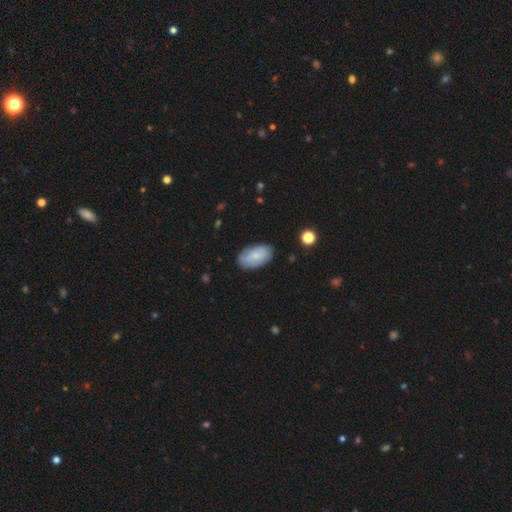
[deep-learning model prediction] Smooth or featured? Predicted: smooth (p=0.64). How rounded? Predicted: in between (p=0.94). Merging? Predicted: none (p=0.81).